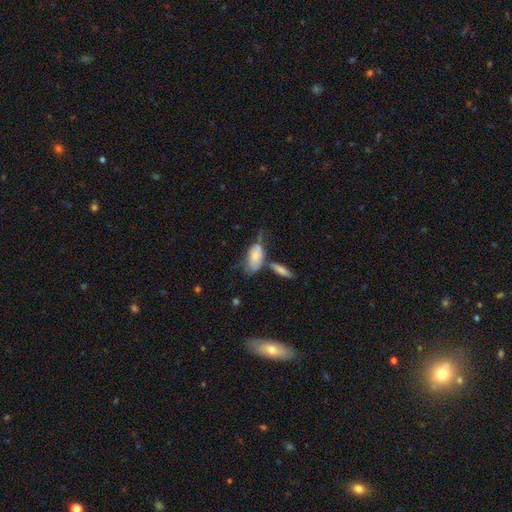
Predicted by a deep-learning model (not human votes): Morphology: type=smooth (74%); roundness=in between (91%); merging=minor disturbance (29%, tied with none).